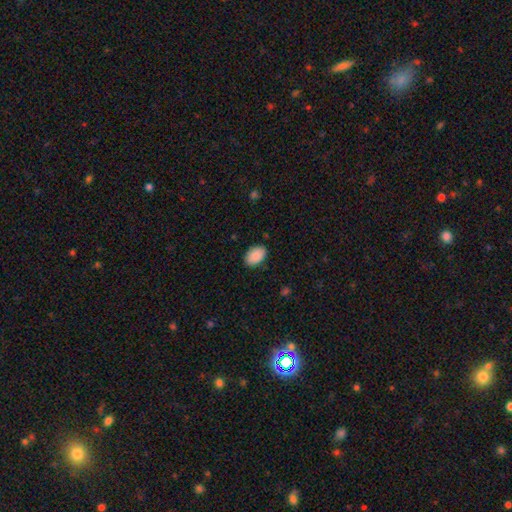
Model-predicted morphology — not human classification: smooth-or-featured: smooth: 90% | star or artifact: 6% | featured or disk: 3%
  how-rounded: in between: 90% | round: 8% | cigar-shaped: 1%
  merging: none: 87% | minor disturbance: 10% | major disturbance: 2% | merger: 1%